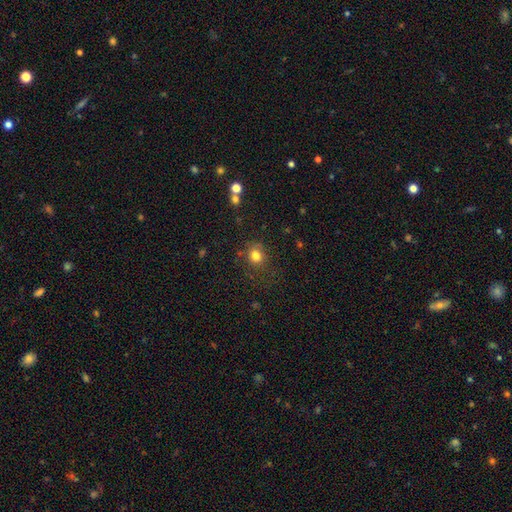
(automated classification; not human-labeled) This is likely a smooth galaxy (80%). How rounded: likely round (78%). Merging: likely none (77%).